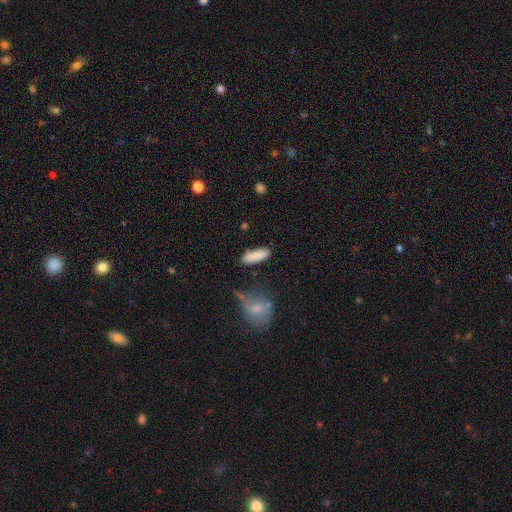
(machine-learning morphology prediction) A smooth galaxy with no disk features (86%) that is in between round and cigar-shaped (49%, tied with cigar-shaped).

Vote fractions:
- Smooth or featured? smooth: 86% / featured or disk: 7% / star or artifact: 7%
- How rounded? in between: 49% (tied) / cigar-shaped: 49% (tied) / round: 2%
- Merging? none: 77% / minor disturbance: 15% / merger: 5% / major disturbance: 4%